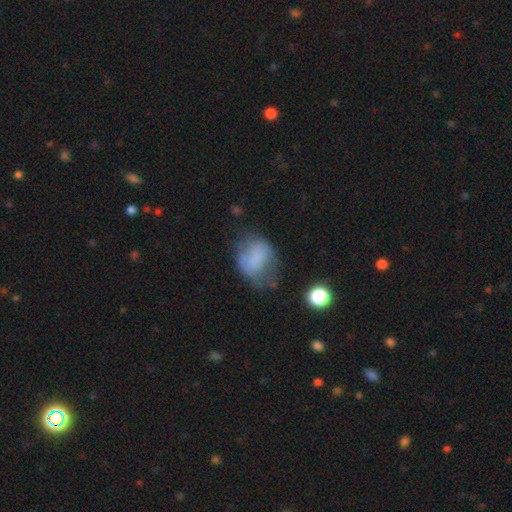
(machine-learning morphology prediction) This is likely a smooth galaxy (63%). How rounded: likely in between (61%). Merging: marginally none (39%).